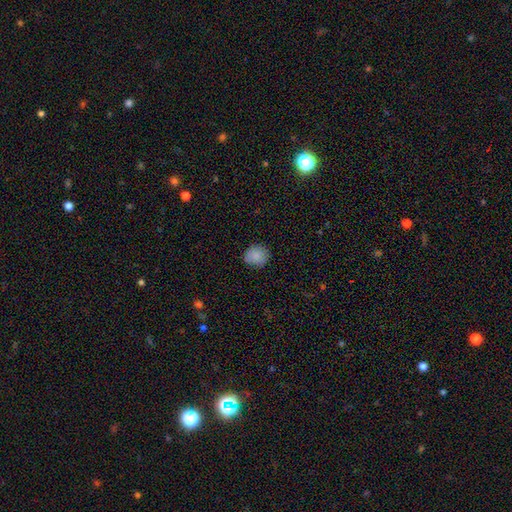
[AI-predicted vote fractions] A smooth galaxy with no disk features (87%) that is round (83%). Merging: none (83%).